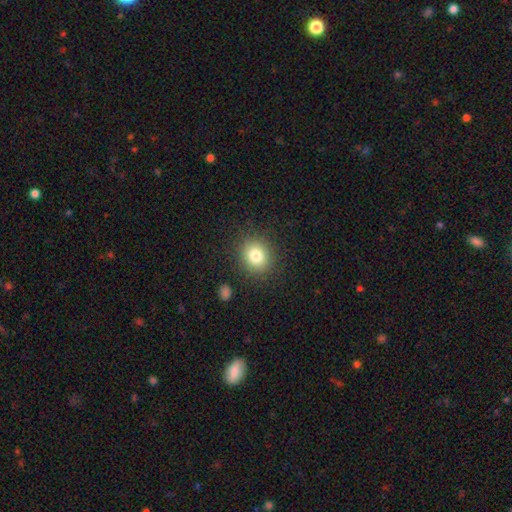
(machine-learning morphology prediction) Q: Smooth or featured?
A: smooth (80%); runner-up: star or artifact (11%)
Q: How rounded?
A: round (76%); runner-up: in between (23%)
Q: Merging?
A: none (87%); runner-up: minor disturbance (8%)